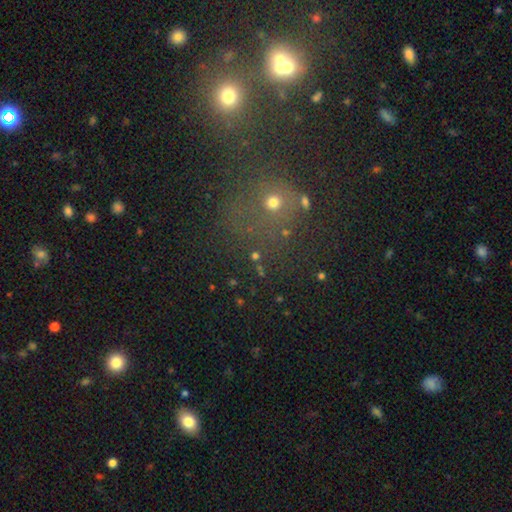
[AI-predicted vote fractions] A star or artifact, not a galaxy (44%).